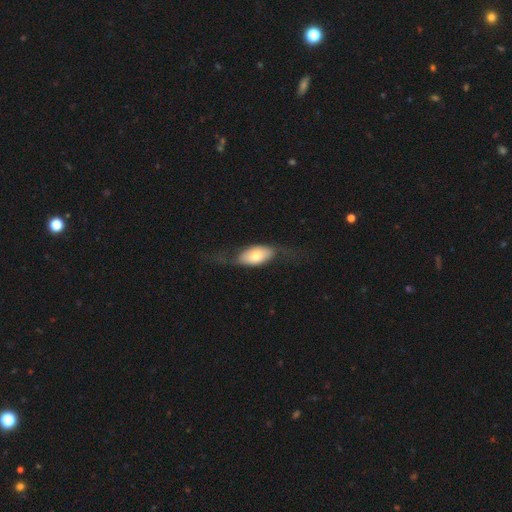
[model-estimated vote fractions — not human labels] Smooth or featured? smooth (52%)
How rounded? in between (87%)
Merging? none (53%)